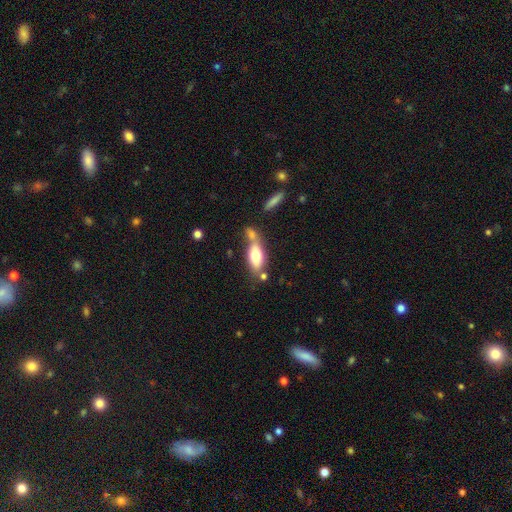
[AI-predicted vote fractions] smooth_or_featured: smooth (p=0.72) [alt: featured or disk p=0.21]
how_rounded: in between (p=0.80) [alt: cigar-shaped p=0.17]
merging: none (p=0.45) [alt: merger p=0.33]